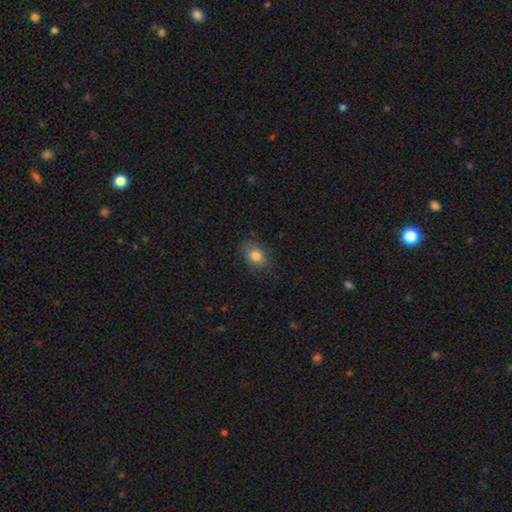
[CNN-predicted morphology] This appears to be a smooth galaxy with no disk features (83%) that is in between round and cigar-shaped (63%). Merging: none (77%).